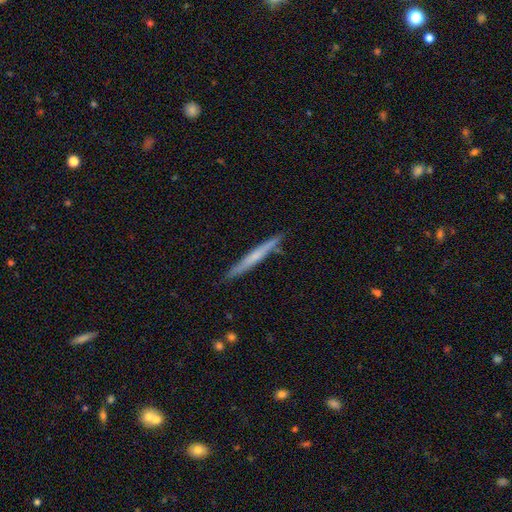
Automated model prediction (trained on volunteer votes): Morphology: type=featured or disk (52%); edge-on=yes (96%); edge-on bulge=none (63%); merging=none (88%).